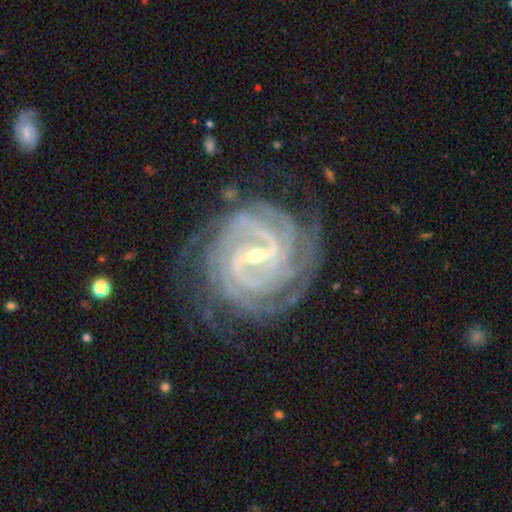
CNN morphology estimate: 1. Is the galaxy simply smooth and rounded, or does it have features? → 93% featured or disk, 4% star or artifact, 3% smooth.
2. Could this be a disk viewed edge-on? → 97% no, 3% yes.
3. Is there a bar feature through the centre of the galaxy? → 57% strong, 35% weak, 8% no.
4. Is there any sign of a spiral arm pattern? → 98% yes, 2% no.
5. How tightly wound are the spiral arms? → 77% tight, 20% medium, 3% loose.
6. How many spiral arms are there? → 30% 4, 19% 3, 17% 2, 16% can't tell, 12% more than 4, 7% 1.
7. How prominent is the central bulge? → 64% small, 33% moderate, 1% large, 1% none, 1% dominant.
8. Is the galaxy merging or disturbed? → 77% none, 15% minor disturbance, 7% major disturbance, 1% merger.